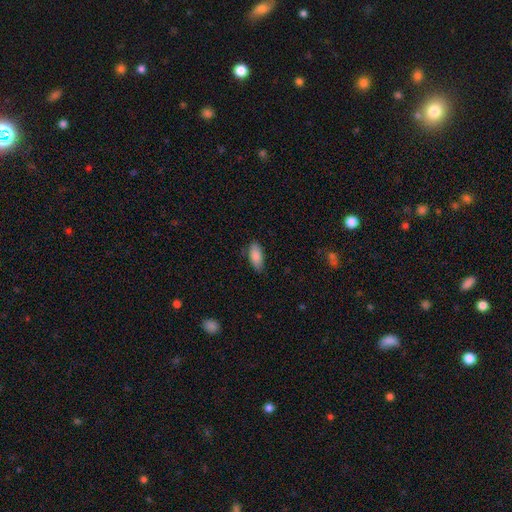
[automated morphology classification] Overall: smooth (87%). How rounded: in between (88%). Merging: none (80%).